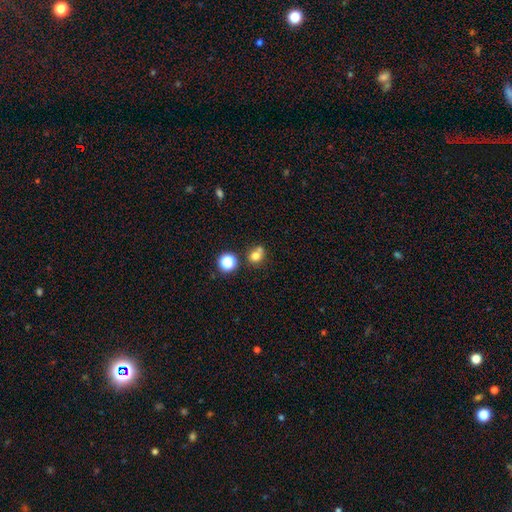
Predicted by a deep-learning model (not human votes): Q: Smooth or featured?
A: smooth (74%); runner-up: star or artifact (16%)
Q: How rounded?
A: round (77%); runner-up: in between (22%)
Q: Merging?
A: none (51%); runner-up: merger (31%)